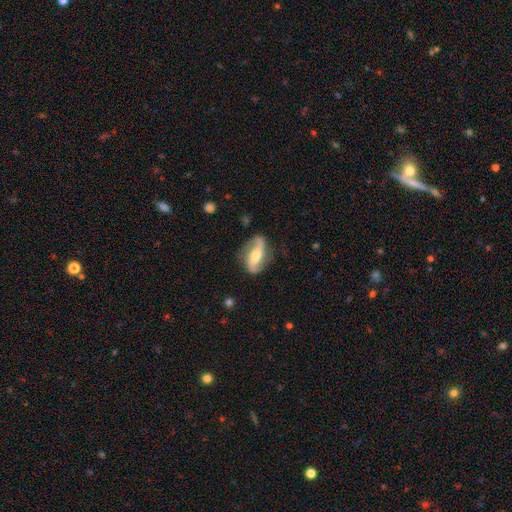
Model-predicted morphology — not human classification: featured or disk 81%, smooth 14%, star or artifact 5%. Down the decision tree: edge-on disk — no (92%); bar — strong (46%); spiral arms — yes (92%); spiral arm count — 2 (90%); spiral winding — loose (55%); bulge size — moderate (58%); merging — none (75%).